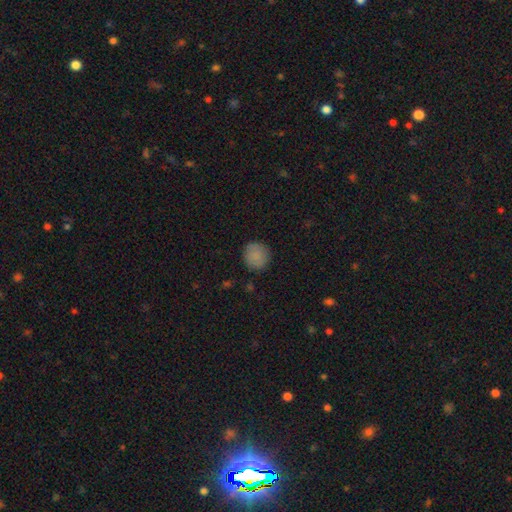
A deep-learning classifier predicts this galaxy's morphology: The model was most divided on "merging": none: 84%, minor disturbance: 12%, major disturbance: 3%, merger: 1%. More confident: how rounded — round (89%); smooth or featured — smooth (85%).